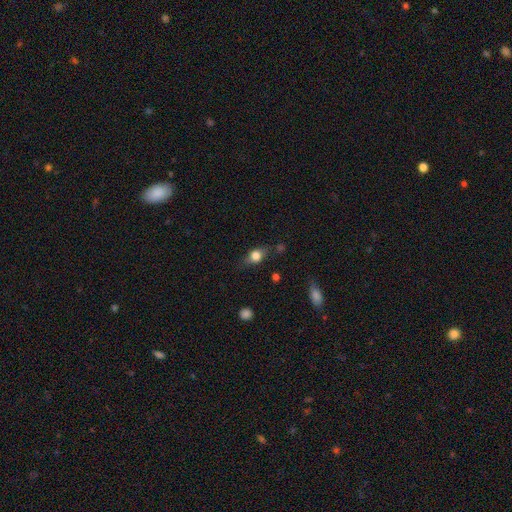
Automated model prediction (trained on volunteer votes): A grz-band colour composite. It shows a smooth galaxy with no disk features (67%) that is in between round and cigar-shaped (63%). Merging: none (69%).